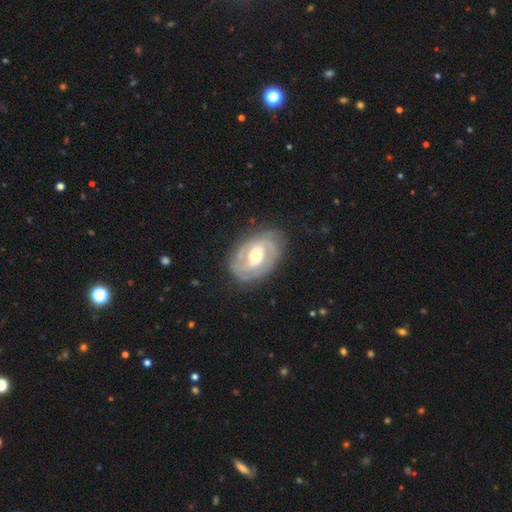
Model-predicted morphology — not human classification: The model was most divided on "bar": weak: 43%, no: 41%, strong: 16%. More confident: edge-on disk — no (97%); spiral arms — yes (93%); smooth or featured — featured or disk (85%); merging — none (79%); bulge size — moderate (67%); spiral winding — tight (62%); spiral arm count — 2 (56%).